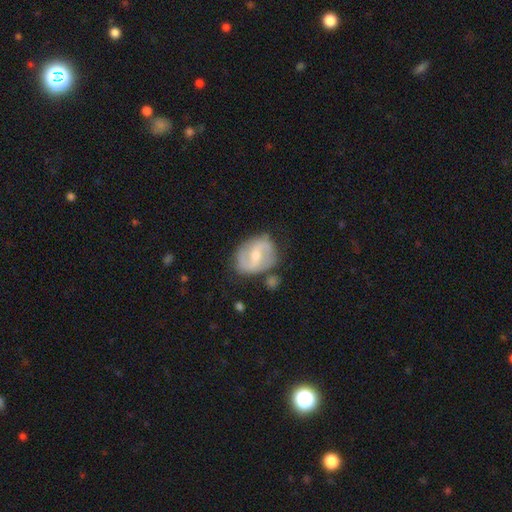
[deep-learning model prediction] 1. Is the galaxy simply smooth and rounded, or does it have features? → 76% featured or disk, 18% smooth, 5% star or artifact.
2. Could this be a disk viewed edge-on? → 97% no, 3% yes.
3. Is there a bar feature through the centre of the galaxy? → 52% weak, 27% strong, 20% no.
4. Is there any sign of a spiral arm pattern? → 89% yes, 11% no.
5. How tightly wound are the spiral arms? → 50% medium, 29% loose, 21% tight.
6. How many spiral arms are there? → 88% 2, 7% can't tell, 2% 1, 1% 3, 1% 4, 1% more than 4.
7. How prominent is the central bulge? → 51% moderate, 43% small, 3% none, 2% large, 1% dominant.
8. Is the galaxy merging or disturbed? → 73% none, 17% minor disturbance, 5% major disturbance, 5% merger.